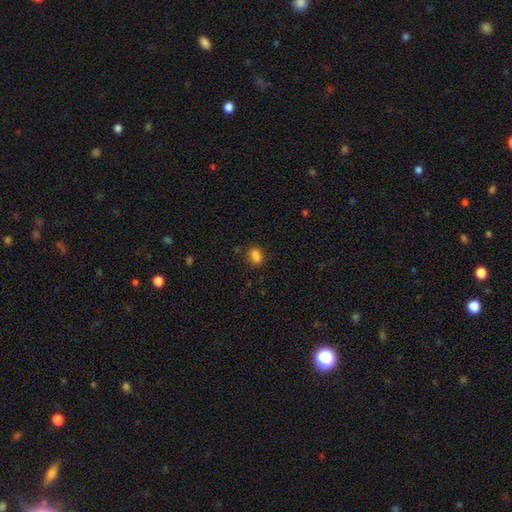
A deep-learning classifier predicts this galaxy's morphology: This appears to be a smooth galaxy with no disk features (84%) that is in between round and cigar-shaped (76%). Merging: none (73%).